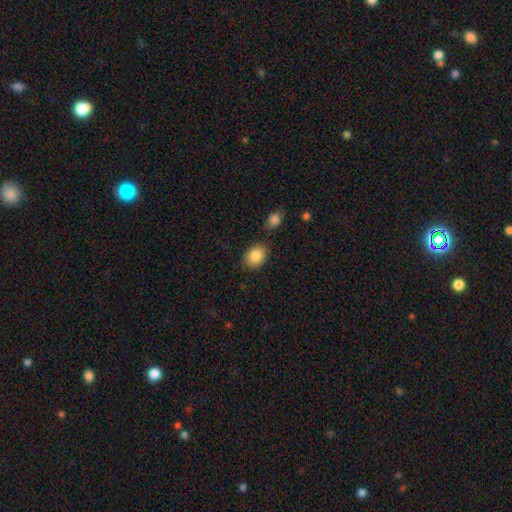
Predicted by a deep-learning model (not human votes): smooth-or-featured: smooth: 86% | star or artifact: 8% | featured or disk: 6%
  how-rounded: in between: 65% | round: 34% | cigar-shaped: 1%
  merging: none: 82% | minor disturbance: 11% | merger: 5% | major disturbance: 3%